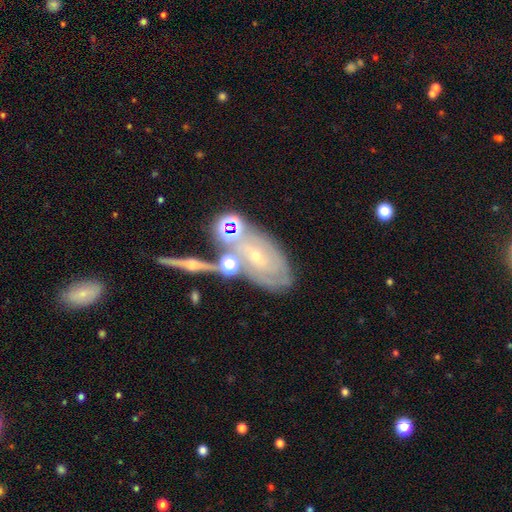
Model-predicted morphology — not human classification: Smooth or featured? featured or disk (70%)
Edge-on disk? no (84%)
Bar? no (71%)
Spiral arms? yes (71%)
Bulge size? small (72%)
Merging? none (57%)